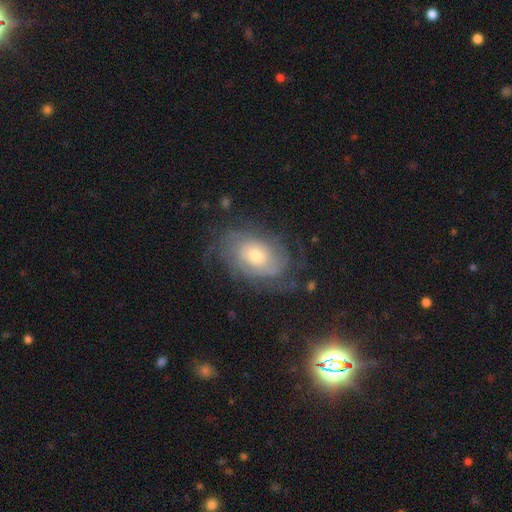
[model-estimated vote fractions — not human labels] Smooth or featured? Predicted: featured or disk (p=0.77). Edge-on disk? Predicted: no (p=0.96). Bar? Predicted: no (p=0.75). Spiral arms? Predicted: yes (p=0.90). Spiral winding? Predicted: tight (p=0.66). Spiral arm count? Predicted: can't tell (p=0.50). Bulge size? Predicted: moderate (p=0.55). Merging? Predicted: none (p=0.70).